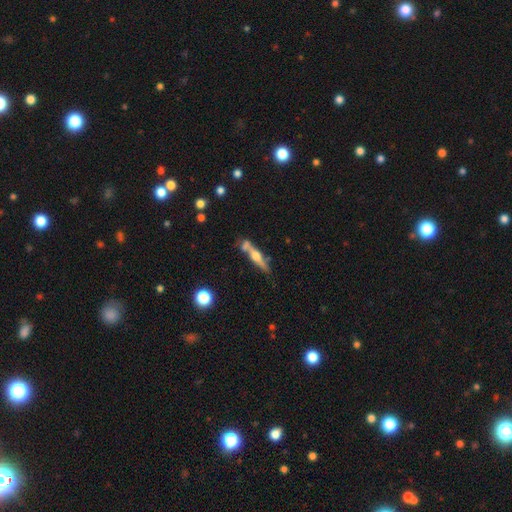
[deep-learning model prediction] Smooth or featured? Predicted: featured or disk (p=0.66). Edge-on disk? Predicted: yes (p=0.93). Edge-on bulge? Predicted: rounded (p=0.89). Merging? Predicted: none (p=0.63).